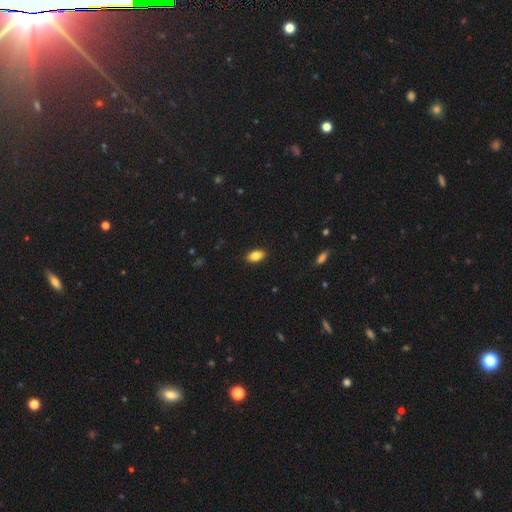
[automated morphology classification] A smooth galaxy with no disk features (84%) that is in between round and cigar-shaped (91%). Merging: none (89%).